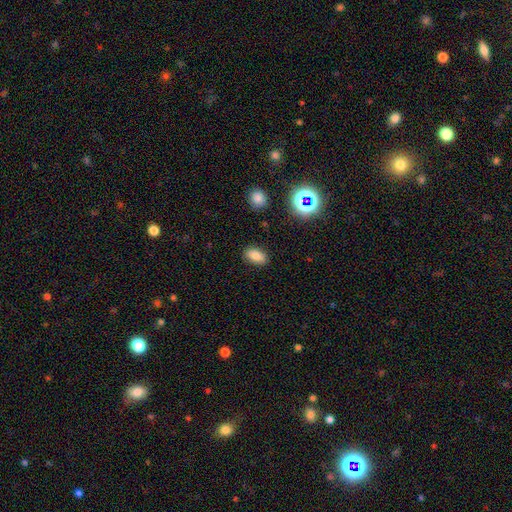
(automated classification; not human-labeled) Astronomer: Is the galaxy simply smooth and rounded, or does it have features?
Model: smooth — 80%.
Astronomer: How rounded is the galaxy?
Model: in between — 90%.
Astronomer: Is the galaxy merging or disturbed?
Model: none — 86%.